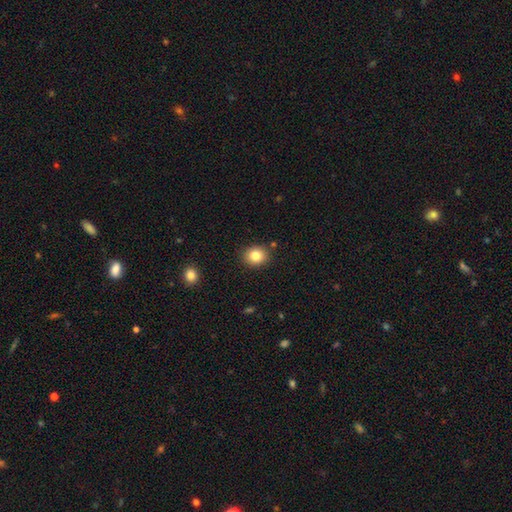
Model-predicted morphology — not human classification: smooth_or_featured: smooth (p=0.82) [alt: star or artifact p=0.10]
how_rounded: round (p=0.70) [alt: in between p=0.29]
merging: none (p=0.88) [alt: minor disturbance p=0.08]